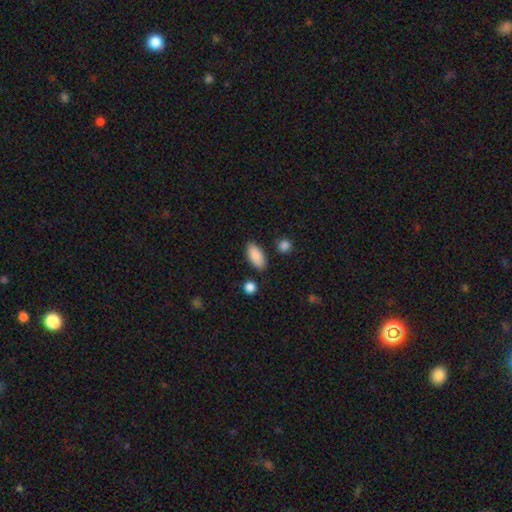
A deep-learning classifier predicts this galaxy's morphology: Overall: smooth (89%). How rounded: in between (88%). Merging: none (84%).